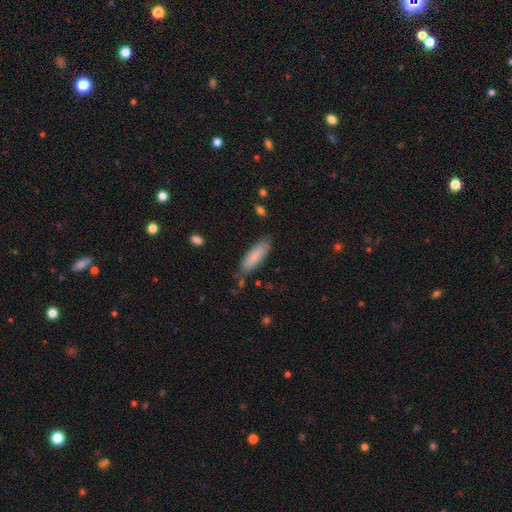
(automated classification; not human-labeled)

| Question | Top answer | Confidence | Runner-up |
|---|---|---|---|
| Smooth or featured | smooth | 83% | featured or disk (11%) |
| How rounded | cigar-shaped | 53% | in between (45%) |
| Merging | none | 77% | minor disturbance (17%) |